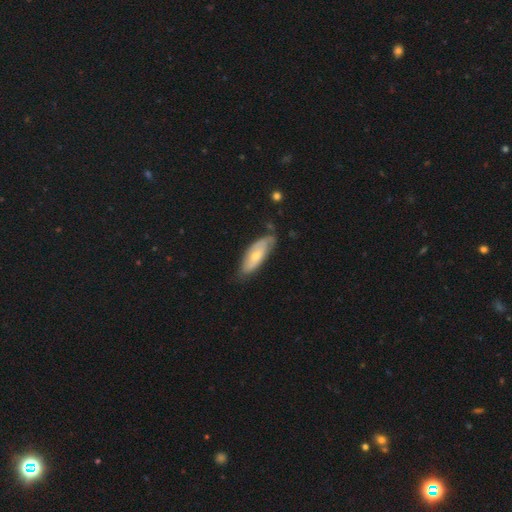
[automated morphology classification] Overall: featured or disk (49%; smooth 46%). Merging: none (60%; minor disturbance 29%).